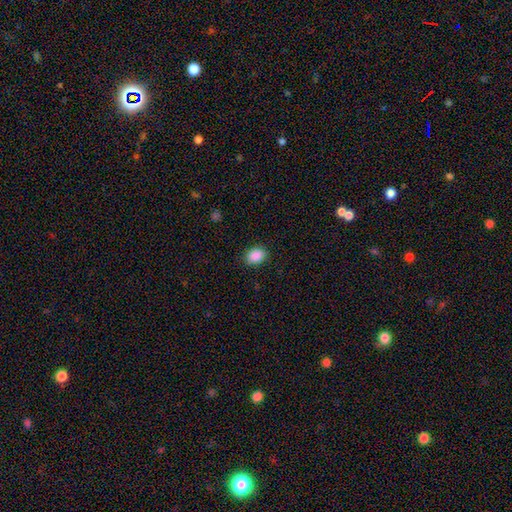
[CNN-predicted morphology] Smooth or featured? smooth (89%)
How rounded? in between (67%)
Merging? none (88%)